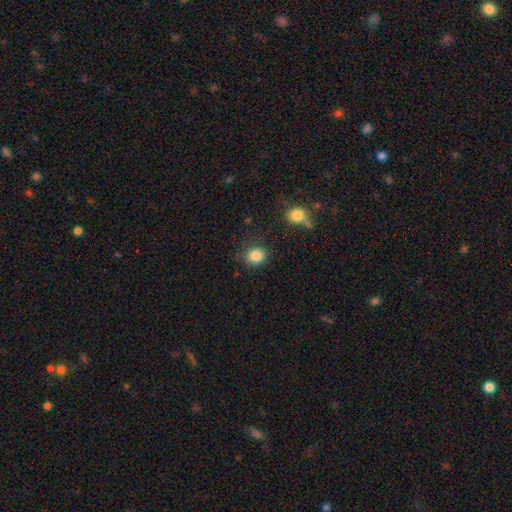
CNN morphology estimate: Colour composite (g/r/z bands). It shows a smooth galaxy with no disk features (85%) that is round (63%). Merging: none (78%).